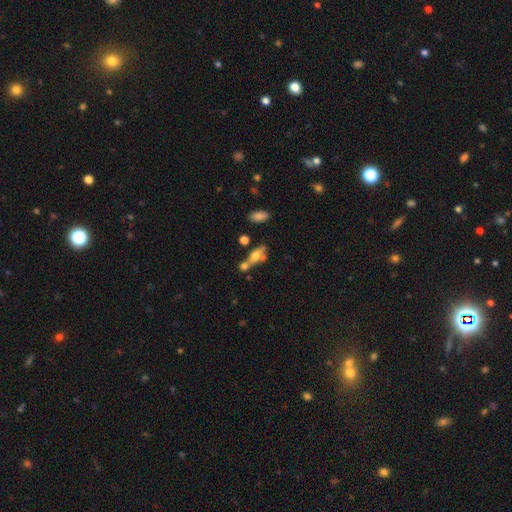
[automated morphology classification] Smooth or featured?
  - smooth: 53% *
  - featured or disk: 36%
  - star or artifact: 11%
How rounded?
  - in between: 61% *
  - cigar-shaped: 29%
  - round: 10%
Merging?
  - merger: 39% *
  - none: 37%
  - minor disturbance: 15%
  - major disturbance: 9%